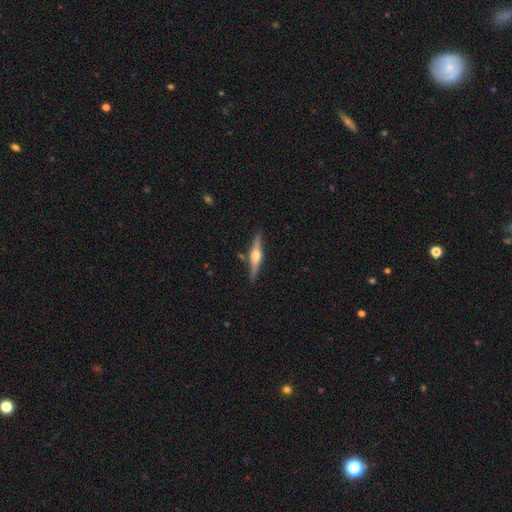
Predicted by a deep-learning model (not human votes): Smooth or featured? featured or disk (75%)
Edge-on disk? yes (98%)
Edge-on bulge? rounded (93%)
Merging? none (85%)